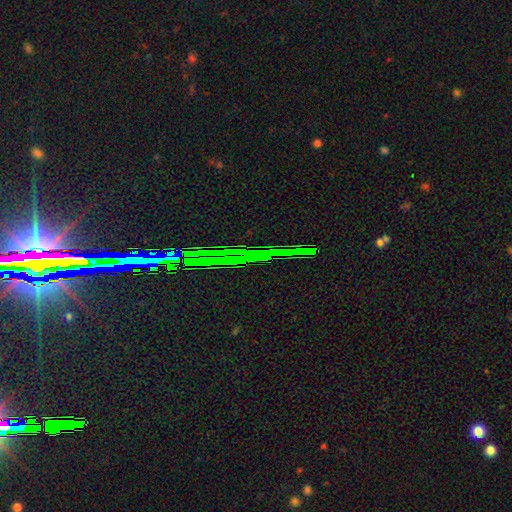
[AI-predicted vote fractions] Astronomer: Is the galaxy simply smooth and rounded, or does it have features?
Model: star or artifact — 72%.